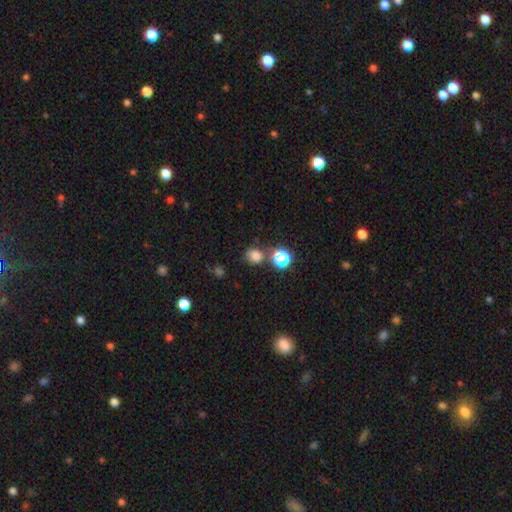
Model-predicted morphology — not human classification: Smooth or featured?
  - smooth: 76% *
  - star or artifact: 18%
  - featured or disk: 6%
How rounded?
  - round: 74% *
  - in between: 25%
  - cigar-shaped: 1%
Merging?
  - none: 71% *
  - minor disturbance: 12%
  - merger: 12%
  - major disturbance: 4%